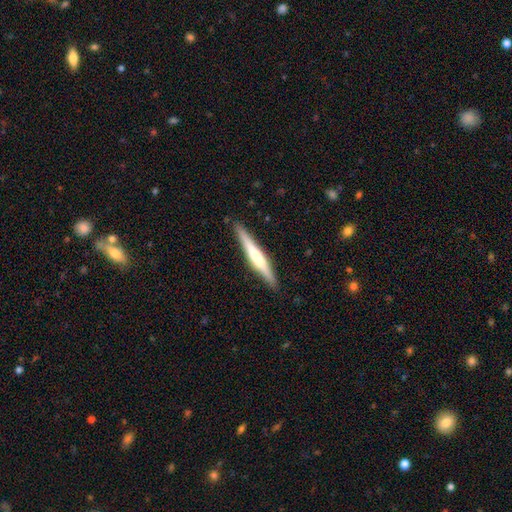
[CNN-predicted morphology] smooth_or_featured: featured or disk (p=0.56) [alt: smooth p=0.38]
disk_edge_on: yes (p=0.97) [alt: no p=0.03]
edge_on_bulge: rounded (p=0.49) [alt: none p=0.29]
merging: none (p=0.89) [alt: minor disturbance p=0.08]